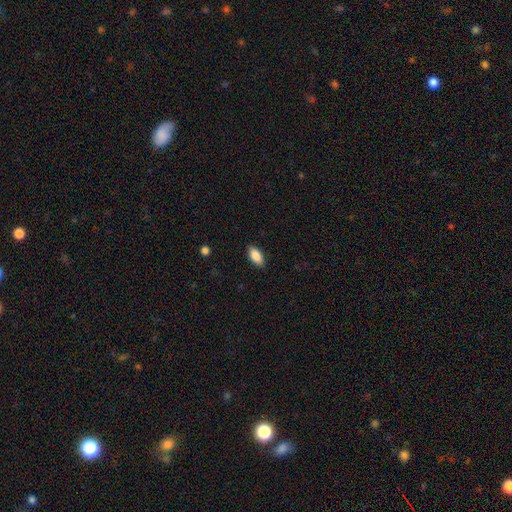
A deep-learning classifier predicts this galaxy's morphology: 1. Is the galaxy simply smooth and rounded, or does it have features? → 88% smooth, 7% star or artifact, 5% featured or disk.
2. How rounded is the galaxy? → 91% in between, 7% cigar-shaped, 2% round.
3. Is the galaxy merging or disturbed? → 88% none, 9% minor disturbance, 2% major disturbance, 1% merger.